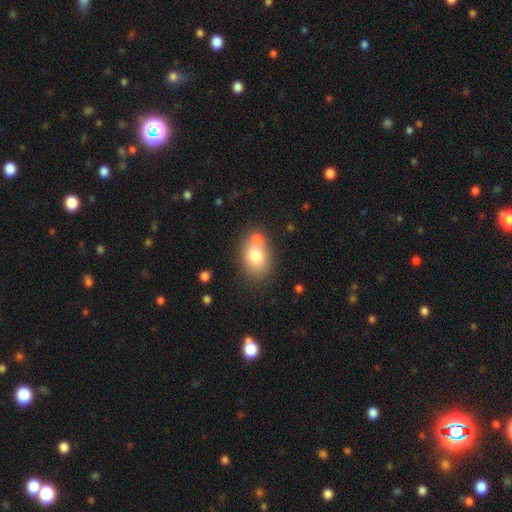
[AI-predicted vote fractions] The model was most divided on "merging": none: 52%, merger: 31%, minor disturbance: 12%, major disturbance: 4%. More confident: smooth or featured — smooth (75%); how rounded — in between (69%).